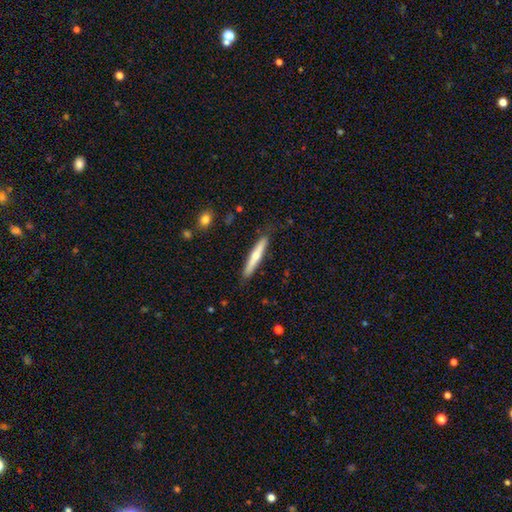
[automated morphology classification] Smooth or featured? Predicted: smooth (p=0.54). How rounded? Predicted: cigar-shaped (p=0.93). Merging? Predicted: none (p=0.86).